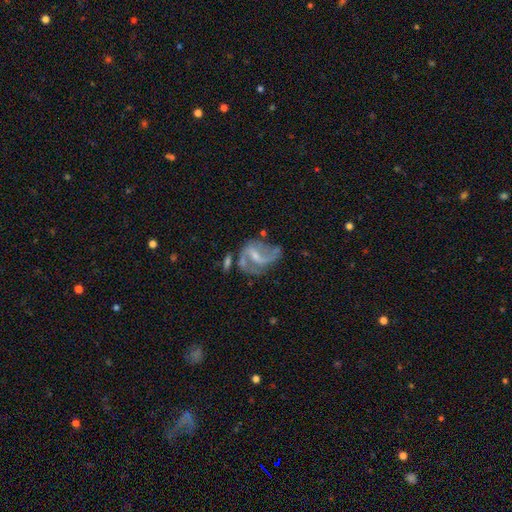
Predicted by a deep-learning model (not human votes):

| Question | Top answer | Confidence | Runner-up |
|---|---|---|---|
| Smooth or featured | featured or disk | 83% | smooth (10%) |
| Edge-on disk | no | 97% | yes (3%) |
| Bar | weak | 48% | strong (30%) |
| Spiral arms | yes | 89% | no (11%) |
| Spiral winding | loose | 52% | medium (37%) |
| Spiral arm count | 2 | 79% | 1 (8%) |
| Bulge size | small | 59% | moderate (25%) |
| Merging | none | 40% | major disturbance (24%) |